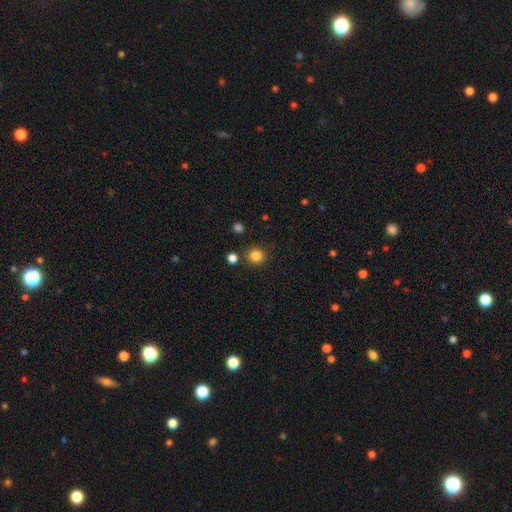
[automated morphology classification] smooth_or_featured: smooth (p=0.84) [alt: star or artifact p=0.12]
how_rounded: round (p=0.91) [alt: in between p=0.08]
merging: none (p=0.86) [alt: minor disturbance p=0.07]